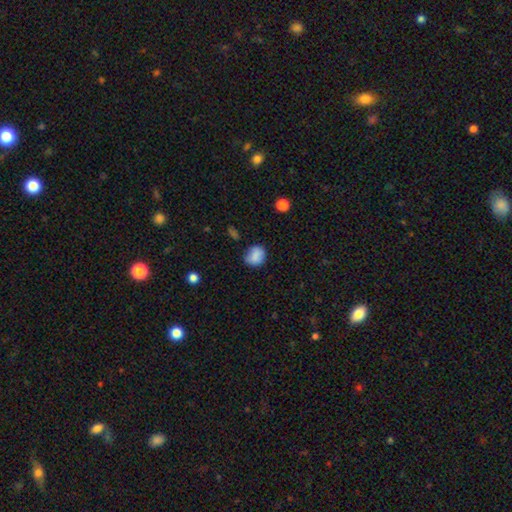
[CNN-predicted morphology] A smooth galaxy with no disk features (84%) that is round (69%).

Vote fractions:
- Smooth or featured? smooth: 84% / star or artifact: 9% / featured or disk: 7%
- How rounded? round: 69% / in between: 30% / cigar-shaped: 1%
- Merging? none: 68% / minor disturbance: 23% / major disturbance: 5% / merger: 3%